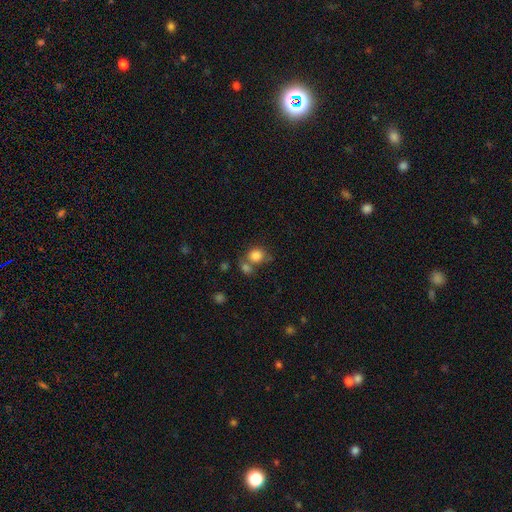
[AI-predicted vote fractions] smooth_or_featured: smooth (p=0.83) [alt: star or artifact p=0.10]
how_rounded: round (p=0.75) [alt: in between p=0.24]
merging: none (p=0.50) [alt: merger p=0.33]